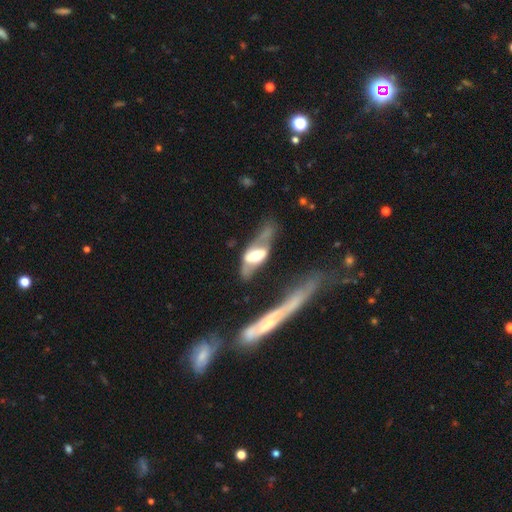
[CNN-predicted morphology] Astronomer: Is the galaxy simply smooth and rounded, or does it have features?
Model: featured or disk — 68%.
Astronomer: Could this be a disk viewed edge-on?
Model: no — 65%.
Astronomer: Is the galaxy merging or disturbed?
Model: none — 38% (runner-up: major disturbance, 26%).